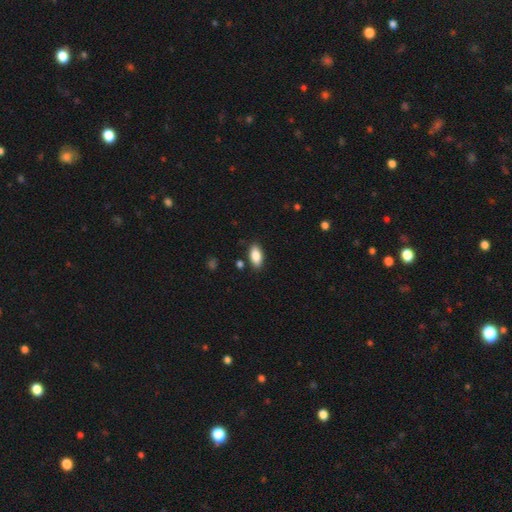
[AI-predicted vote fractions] smooth_or_featured: smooth (p=0.86) [alt: star or artifact p=0.07]
how_rounded: in between (p=0.91) [alt: cigar-shaped p=0.06]
merging: none (p=0.86) [alt: minor disturbance p=0.10]